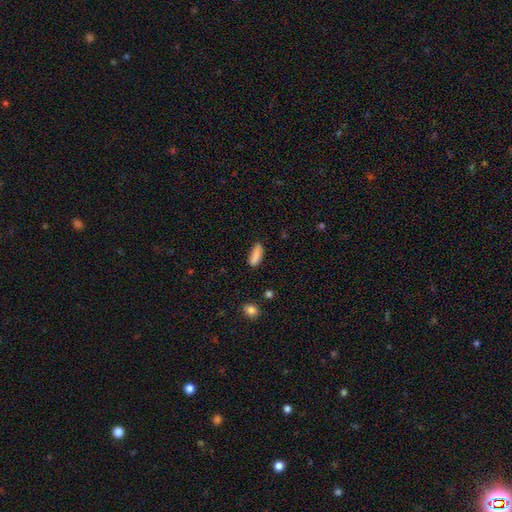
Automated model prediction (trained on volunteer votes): Q: Smooth or featured?
A: smooth (87%); runner-up: star or artifact (8%)
Q: How rounded?
A: in between (63%); runner-up: cigar-shaped (35%)
Q: Merging?
A: none (75%); runner-up: minor disturbance (19%)